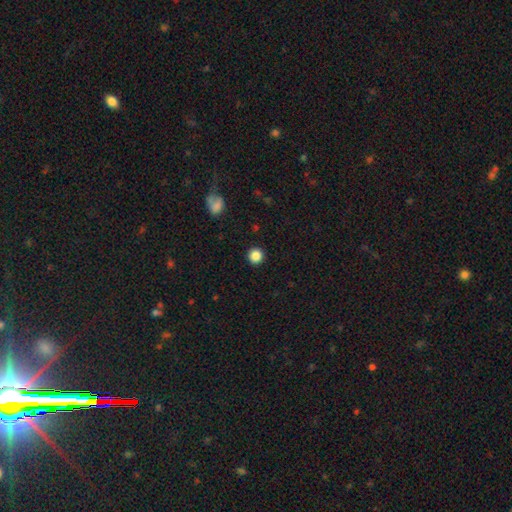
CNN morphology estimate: smooth_or_featured: smooth (p=0.86) [alt: star or artifact p=0.11]
how_rounded: round (p=0.94) [alt: in between p=0.05]
merging: none (p=0.92) [alt: minor disturbance p=0.05]